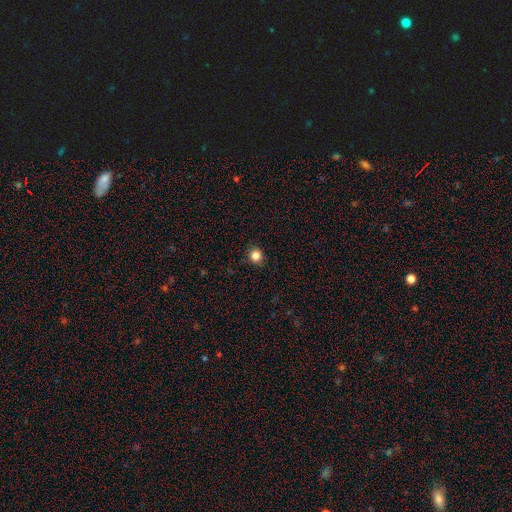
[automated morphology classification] A smooth galaxy with no disk features (85%) that is round (83%). Merging: none (90%).